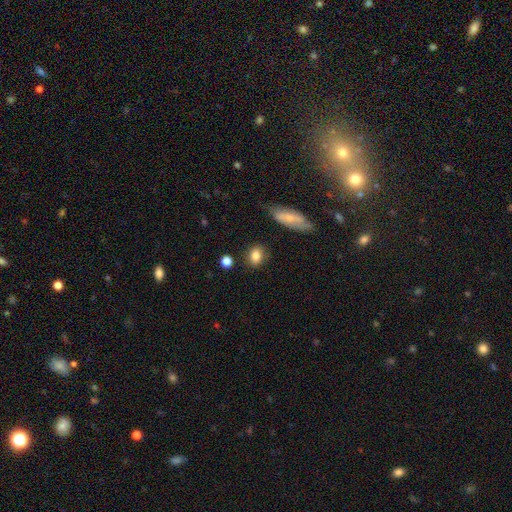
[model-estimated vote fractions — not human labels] This is clearly a smooth galaxy (82%). How rounded: likely in between (62%). Merging: clearly none (82%).